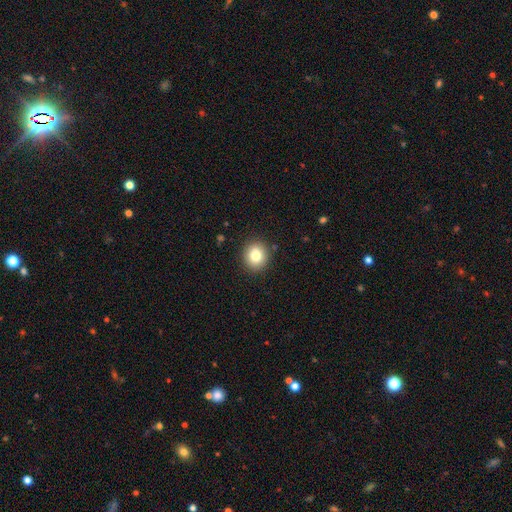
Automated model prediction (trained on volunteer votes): smooth 80%, star or artifact 11%, featured or disk 9%. Down the decision tree: how rounded — round (84%); merging — none (89%).